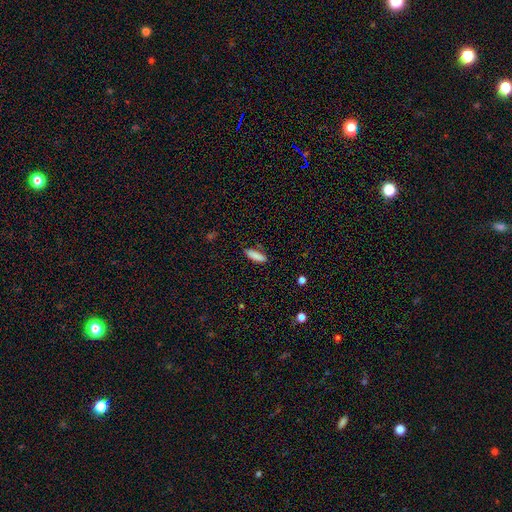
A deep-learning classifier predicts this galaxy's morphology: Smooth or featured: smooth — 86% (star or artifact — 7%)
How rounded: cigar-shaped — 50% (in between — 48%)
Merging: none — 79% (minor disturbance — 16%)